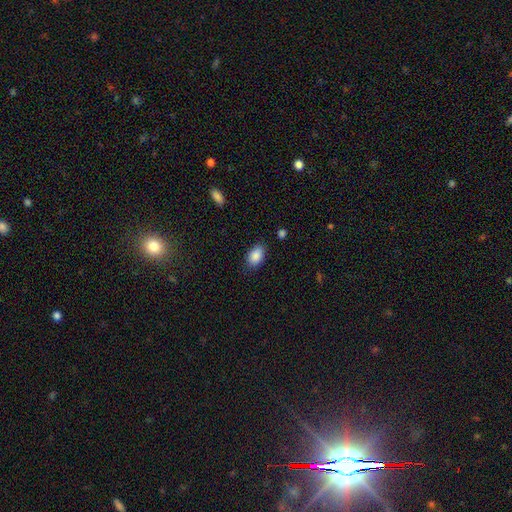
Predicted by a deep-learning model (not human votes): Q: Smooth or featured?
A: smooth (89%); runner-up: star or artifact (7%)
Q: How rounded?
A: in between (89%); runner-up: round (9%)
Q: Merging?
A: none (82%); runner-up: minor disturbance (13%)